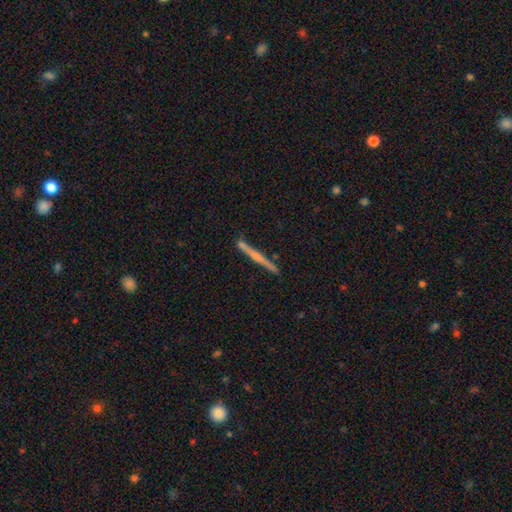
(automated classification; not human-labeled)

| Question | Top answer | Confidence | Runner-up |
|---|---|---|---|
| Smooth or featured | featured or disk | 63% | smooth (31%) |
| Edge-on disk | yes | 98% | no (2%) |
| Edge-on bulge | rounded | 47% | none (43%) |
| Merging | none | 87% | minor disturbance (8%) |